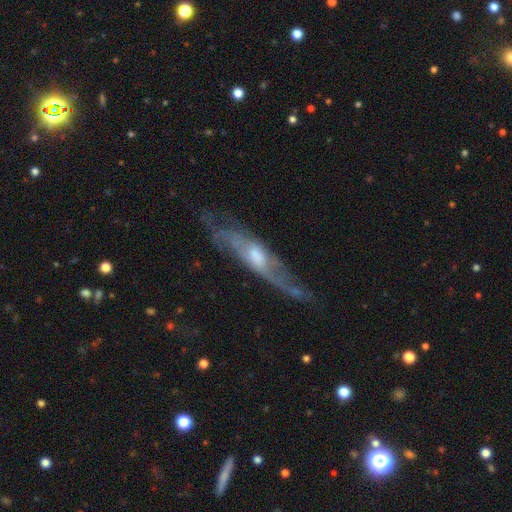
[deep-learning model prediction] This is likely a featured or disk galaxy (77%). It is possibly not viewed edge-on (55%). Merging: possibly none (57%).